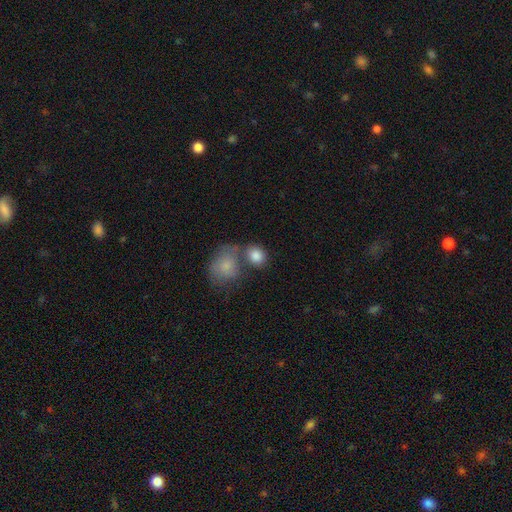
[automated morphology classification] smooth 84%, featured or disk 8%, star or artifact 8%. Down the decision tree: how rounded — round (58%); merging — none (49%).